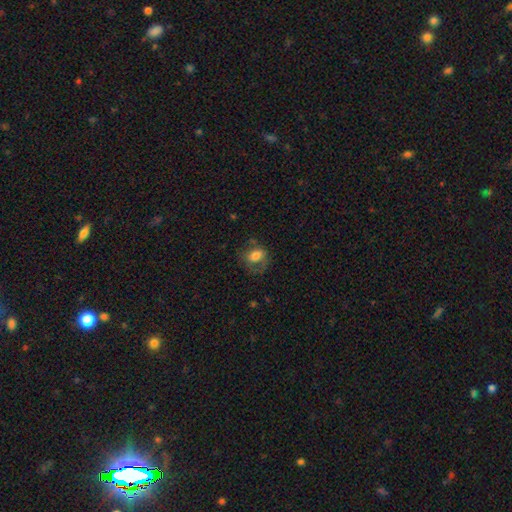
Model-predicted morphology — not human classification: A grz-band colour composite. It shows a smooth galaxy with no disk features (66%) that is in between round and cigar-shaped (59%). Merging: none (50%).